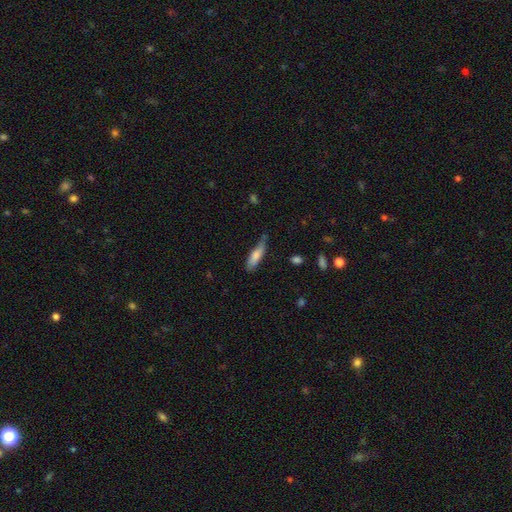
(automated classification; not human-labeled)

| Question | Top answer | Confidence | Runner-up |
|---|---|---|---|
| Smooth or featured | smooth | 76% | featured or disk (18%) |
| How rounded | cigar-shaped | 63% | in between (35%) |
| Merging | none | 50% | minor disturbance (37%) |